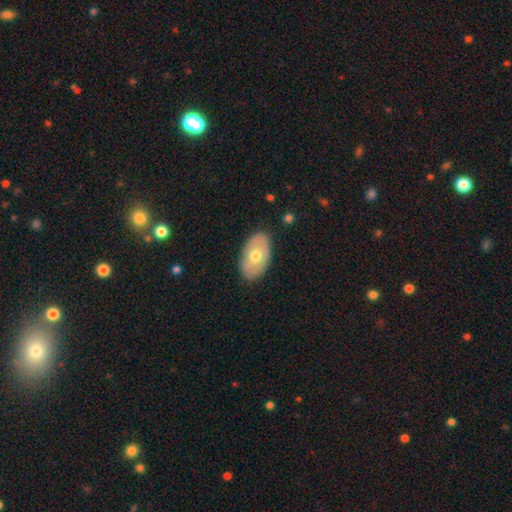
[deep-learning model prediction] This appears to be a smooth galaxy with no disk features (55%) that is in between round and cigar-shaped (91%). Merging: none (85%).